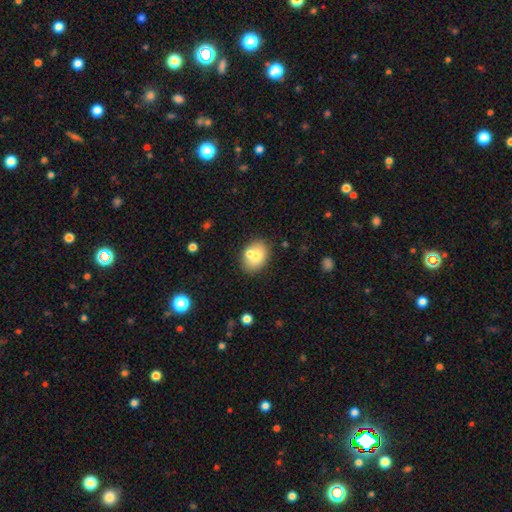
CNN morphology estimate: A smooth galaxy with no disk features (72%) that is in between round and cigar-shaped (62%). Merging: none (64%).